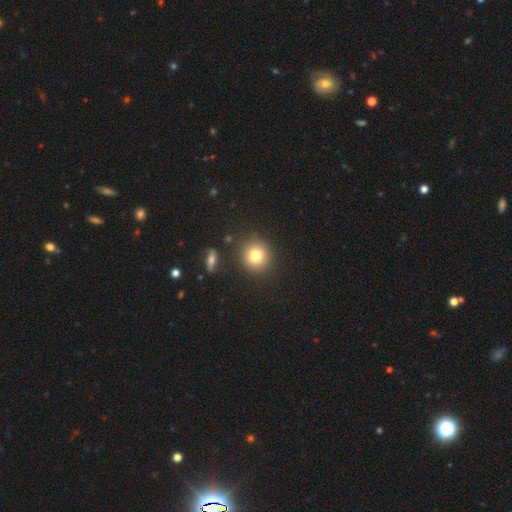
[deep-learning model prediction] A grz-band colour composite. It shows a smooth galaxy with no disk features (79%) that is round (92%). Merging: none (87%).